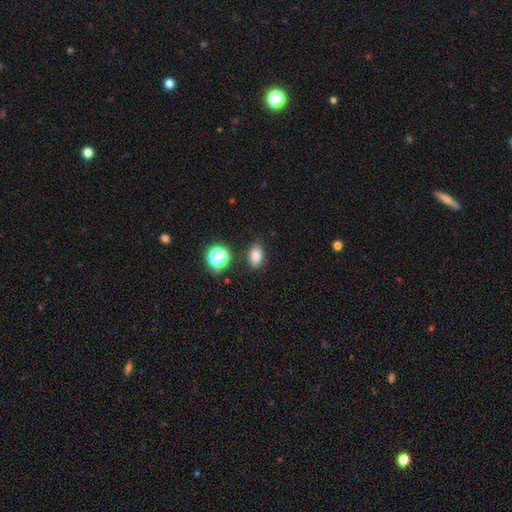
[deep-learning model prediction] Q: Smooth or featured?
A: smooth (80%); runner-up: star or artifact (13%)
Q: How rounded?
A: in between (81%); runner-up: round (18%)
Q: Merging?
A: none (84%); runner-up: minor disturbance (10%)